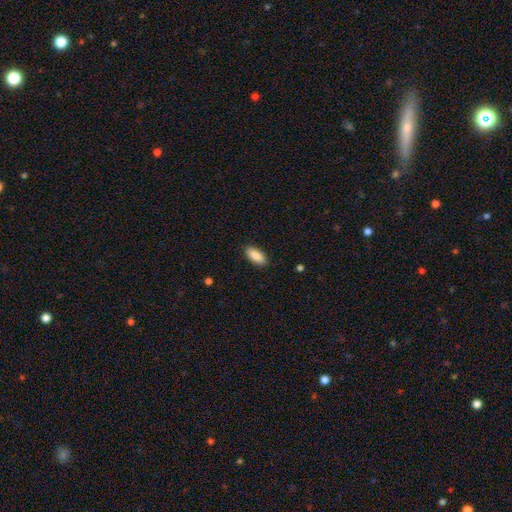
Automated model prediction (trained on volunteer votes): Morphology: type=smooth (88%); roundness=in between (87%); merging=none (89%).